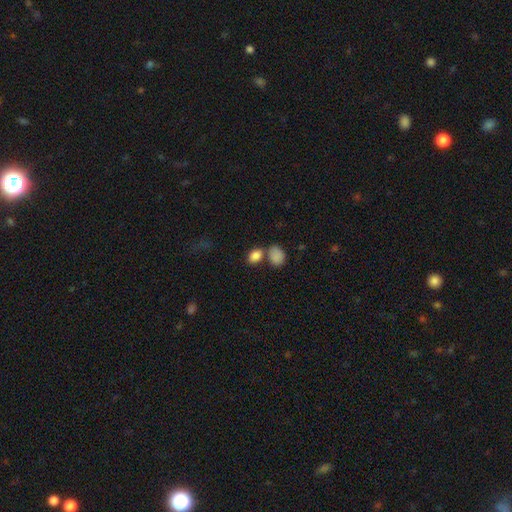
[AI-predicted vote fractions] This appears to be a smooth galaxy with no disk features (85%) that is in between round and cigar-shaped (77%). Merging: none (51%).